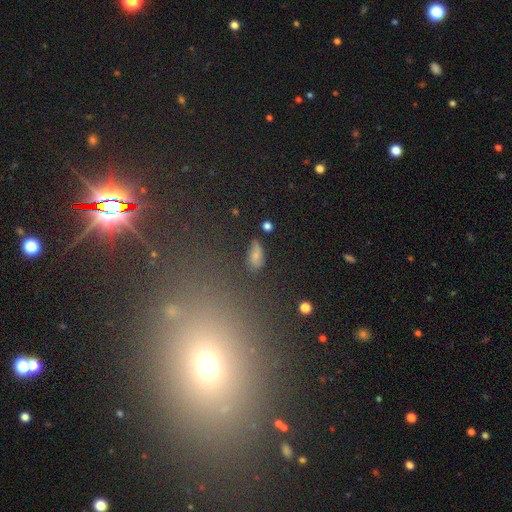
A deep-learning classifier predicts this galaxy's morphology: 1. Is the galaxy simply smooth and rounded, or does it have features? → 61% smooth, 24% featured or disk, 15% star or artifact.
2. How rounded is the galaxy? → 86% in between, 8% cigar-shaped, 6% round.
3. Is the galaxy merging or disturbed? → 64% none, 22% minor disturbance, 9% major disturbance, 4% merger.